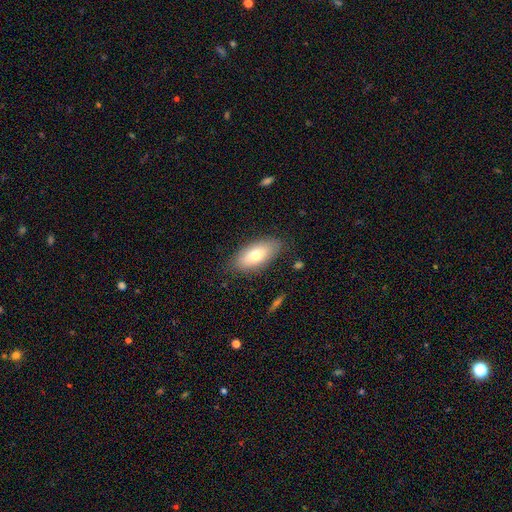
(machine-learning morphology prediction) This appears to be a smooth galaxy with no disk features (72%) that is in between round and cigar-shaped (90%). Merging: none (83%).